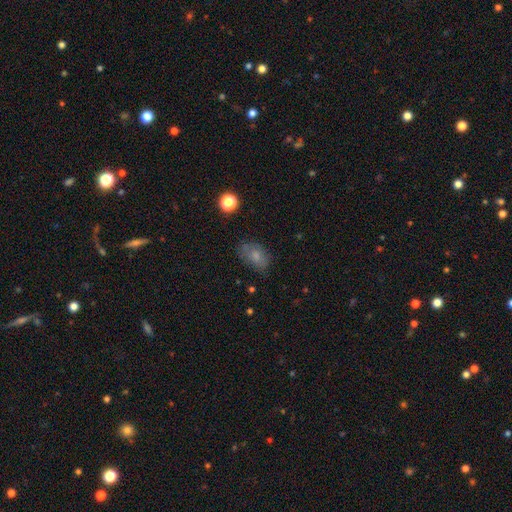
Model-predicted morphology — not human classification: Smooth or featured? smooth (73%)
How rounded? in between (86%)
Merging? none (65%)